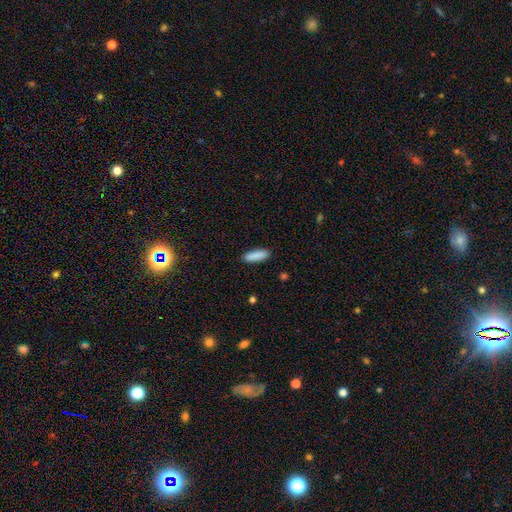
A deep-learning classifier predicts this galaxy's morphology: smooth_or_featured: smooth (p=0.89) [alt: star or artifact p=0.06]
how_rounded: cigar-shaped (p=0.52) [alt: in between p=0.46]
merging: none (p=0.88) [alt: minor disturbance p=0.08]